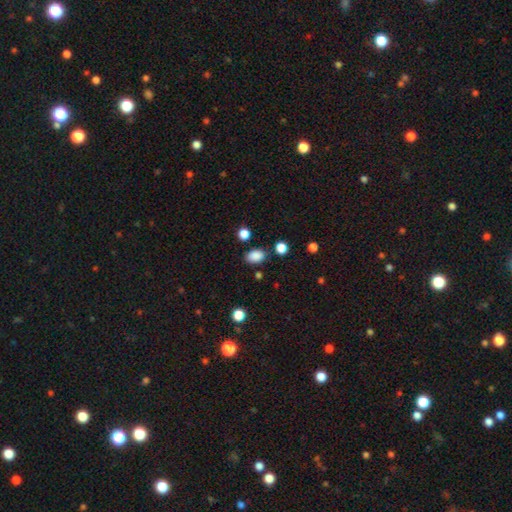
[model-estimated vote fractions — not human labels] The model was most divided on "how rounded": in between: 78%, round: 21%, cigar-shaped: 1%. More confident: smooth or featured — smooth (86%); merging — none (82%).